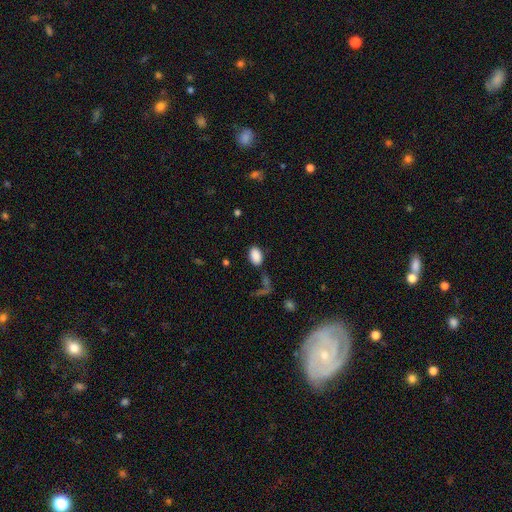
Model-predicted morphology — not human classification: This is clearly a smooth galaxy (87%). How rounded: clearly in between (91%). Merging: likely none (74%).